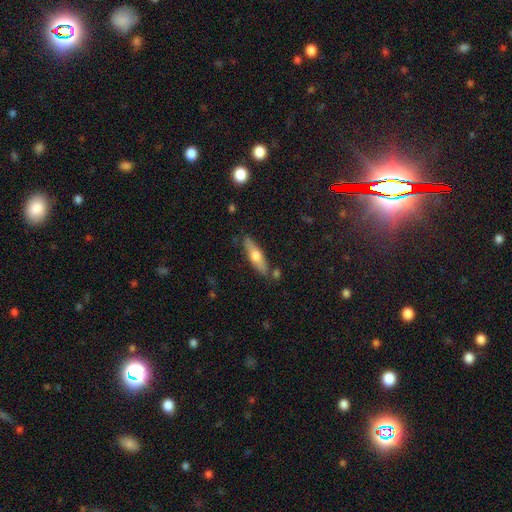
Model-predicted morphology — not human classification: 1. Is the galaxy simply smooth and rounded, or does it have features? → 52% smooth, 42% featured or disk, 6% star or artifact.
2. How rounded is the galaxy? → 66% cigar-shaped, 32% in between, 2% round.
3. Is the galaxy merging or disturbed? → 80% none, 12% minor disturbance, 5% merger, 3% major disturbance.